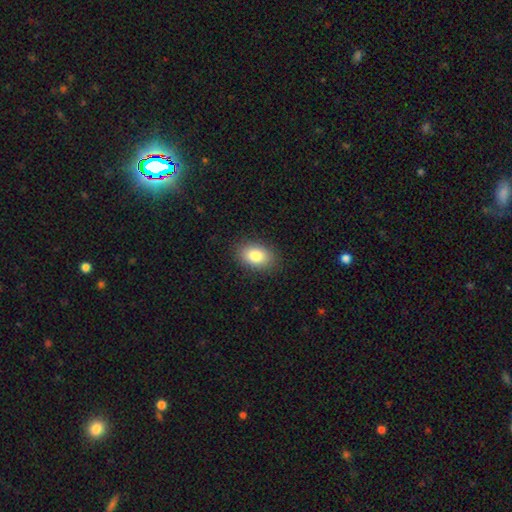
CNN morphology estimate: A smooth galaxy with no disk features (84%) that is in between round and cigar-shaped (82%). Merging: none (88%).